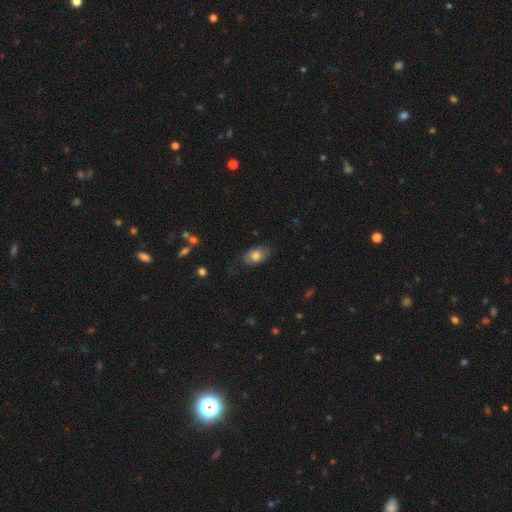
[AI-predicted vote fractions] Smooth or featured?
  - smooth: 76% *
  - featured or disk: 16%
  - star or artifact: 8%
How rounded?
  - in between: 88% *
  - round: 9%
  - cigar-shaped: 2%
Merging?
  - none: 71% *
  - minor disturbance: 21%
  - major disturbance: 6%
  - merger: 1%